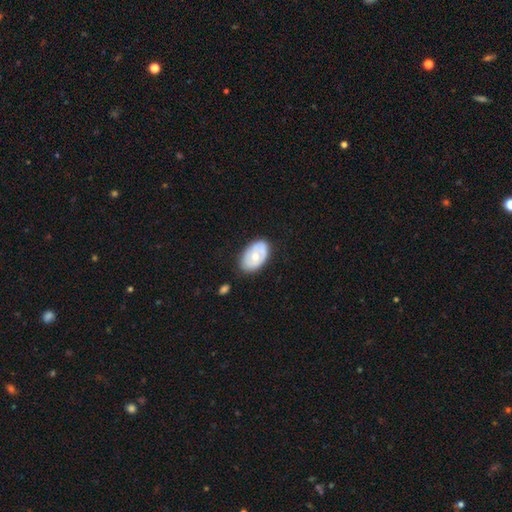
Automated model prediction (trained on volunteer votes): smooth 51%, featured or disk 43%, star or artifact 6%. Down the decision tree: how rounded — in between (88%); merging — none (74%).